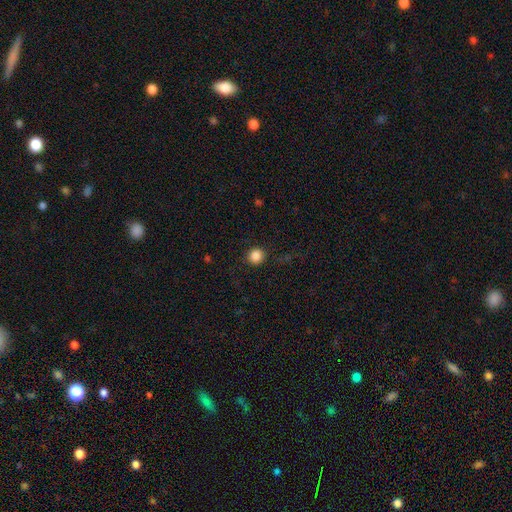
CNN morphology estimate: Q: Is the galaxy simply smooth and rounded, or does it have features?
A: smooth — 87%.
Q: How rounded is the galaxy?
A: round — 92%.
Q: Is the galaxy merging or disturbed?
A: none — 90%.